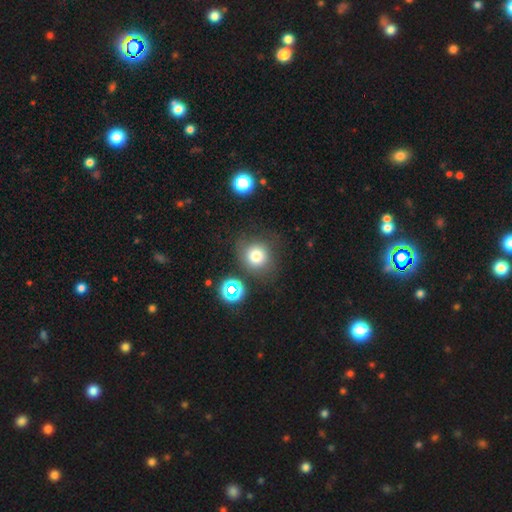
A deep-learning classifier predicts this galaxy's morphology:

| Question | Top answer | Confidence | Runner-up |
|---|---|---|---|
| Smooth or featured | smooth | 74% | star or artifact (16%) |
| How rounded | round | 86% | in between (13%) |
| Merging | none | 73% | minor disturbance (15%) |